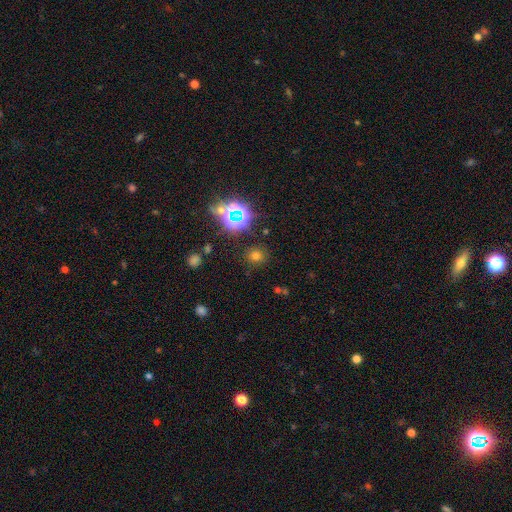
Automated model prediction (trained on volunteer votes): smooth 63%, star or artifact 30%, featured or disk 7%. Down the decision tree: how rounded — round (87%); merging — none (86%).